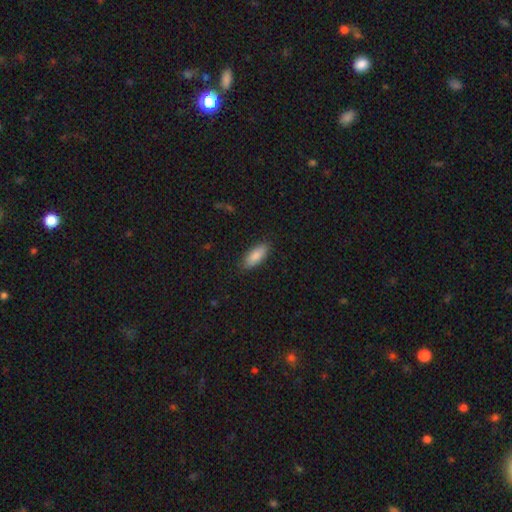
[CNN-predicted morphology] smooth 87%, featured or disk 7%, star or artifact 6%. Down the decision tree: how rounded — in between (75%); merging — none (87%).